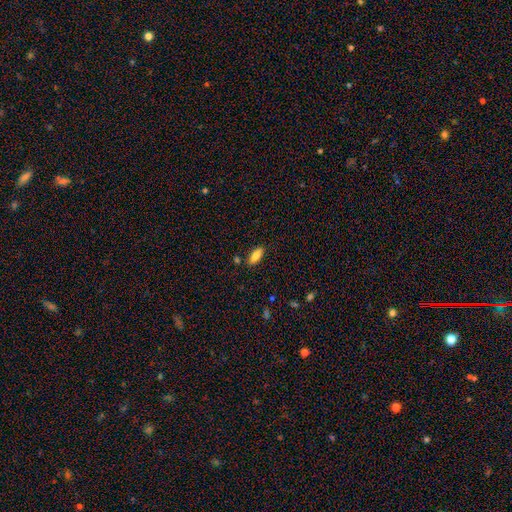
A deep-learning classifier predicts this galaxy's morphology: The model was most divided on "how rounded": in between: 81%, cigar-shaped: 16%, round: 2%. More confident: merging — none (85%); smooth or featured — smooth (79%).